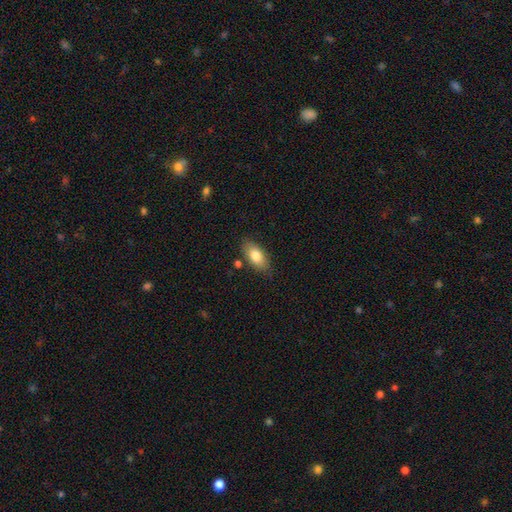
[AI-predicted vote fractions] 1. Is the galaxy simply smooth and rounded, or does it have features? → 80% smooth, 13% featured or disk, 7% star or artifact.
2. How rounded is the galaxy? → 90% in between, 7% cigar-shaped, 4% round.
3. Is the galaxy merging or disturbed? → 80% none, 14% minor disturbance, 4% merger, 3% major disturbance.